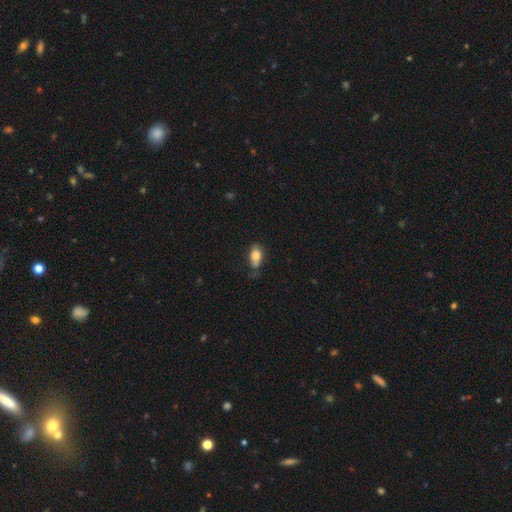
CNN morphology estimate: Smooth or featured? Predicted: smooth (p=0.78). How rounded? Predicted: in between (p=0.87). Merging? Predicted: none (p=0.55).